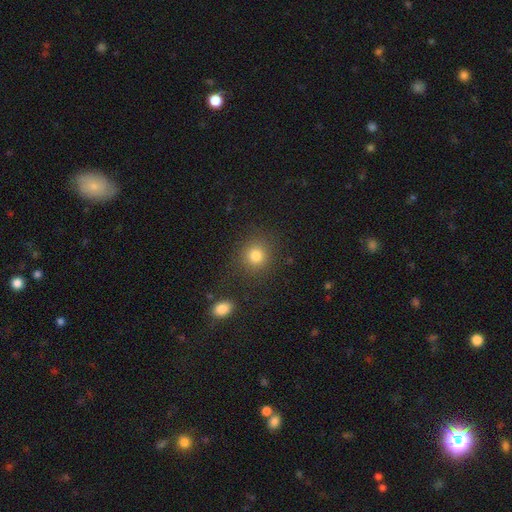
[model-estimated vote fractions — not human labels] Smooth or featured? smooth (81%)
How rounded? round (88%)
Merging? none (84%)